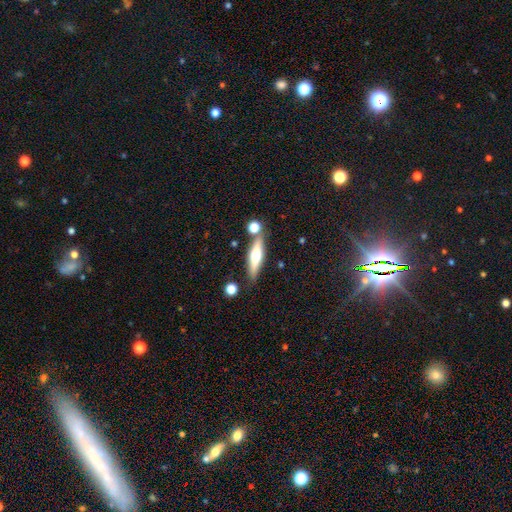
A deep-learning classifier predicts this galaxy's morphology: Smooth or featured? featured or disk (52%)
Edge-on disk? yes (93%)
Merging? none (76%)